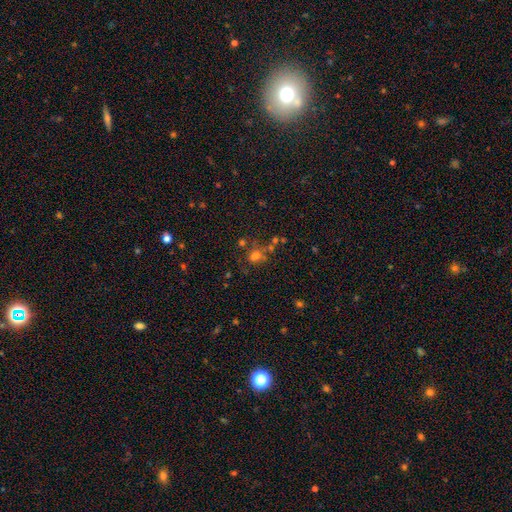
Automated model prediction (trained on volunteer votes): The model was most divided on "how rounded": round: 64%, in between: 34%, cigar-shaped: 1%. More confident: smooth or featured — smooth (60%); merging — none (53%).